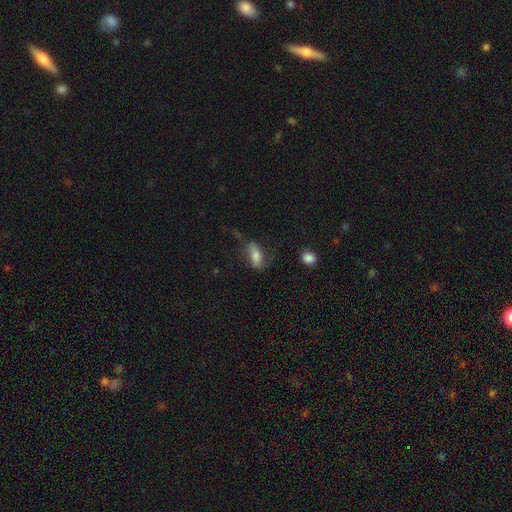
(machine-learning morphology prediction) Smooth or featured? smooth (69%)
How rounded? in between (82%)
Merging? none (49%)